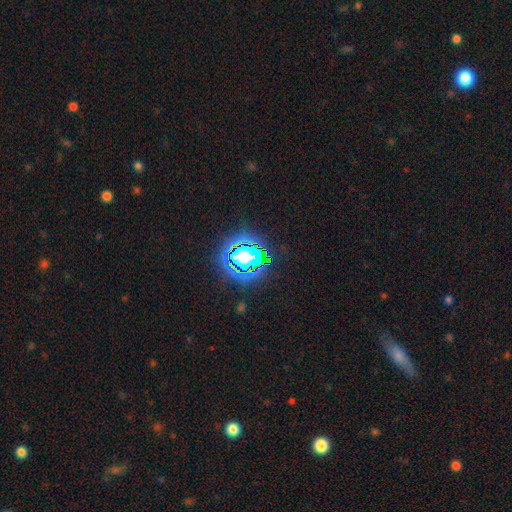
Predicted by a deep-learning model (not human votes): smooth_or_featured: star or artifact (p=0.78) [alt: smooth p=0.14]